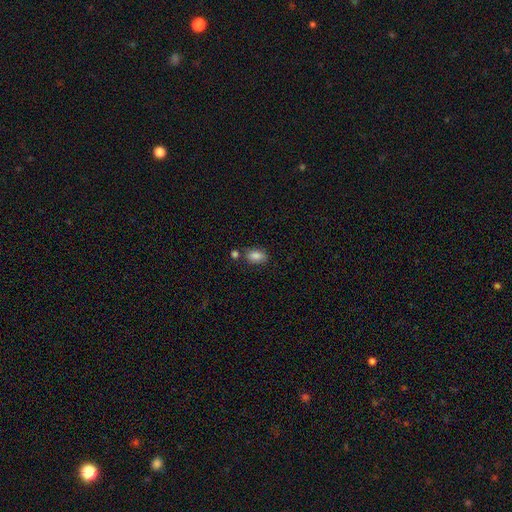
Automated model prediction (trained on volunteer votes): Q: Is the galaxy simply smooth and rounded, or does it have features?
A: smooth — 85%.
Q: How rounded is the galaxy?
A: in between — 88%.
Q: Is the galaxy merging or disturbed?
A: none — 70%.